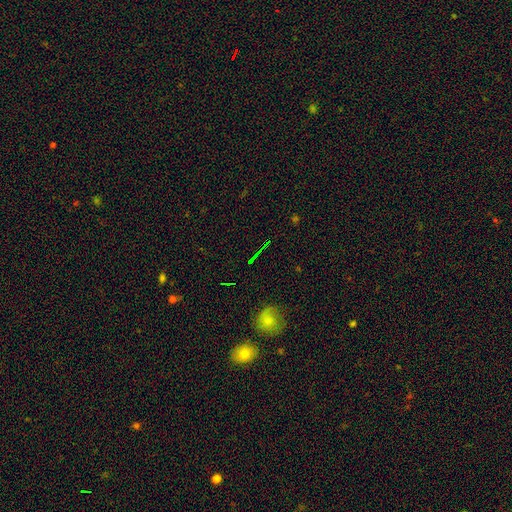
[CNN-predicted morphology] type=star or artifact (64%).